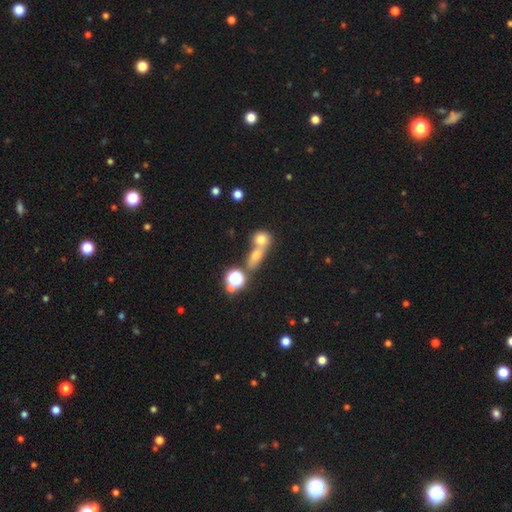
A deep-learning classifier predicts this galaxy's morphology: Smooth or featured?
  - smooth: 66% *
  - star or artifact: 20%
  - featured or disk: 15%
How rounded?
  - round: 52% *
  - in between: 38%
  - cigar-shaped: 10%
Merging?
  - merger: 55% *
  - none: 33%
  - minor disturbance: 7%
  - major disturbance: 5%